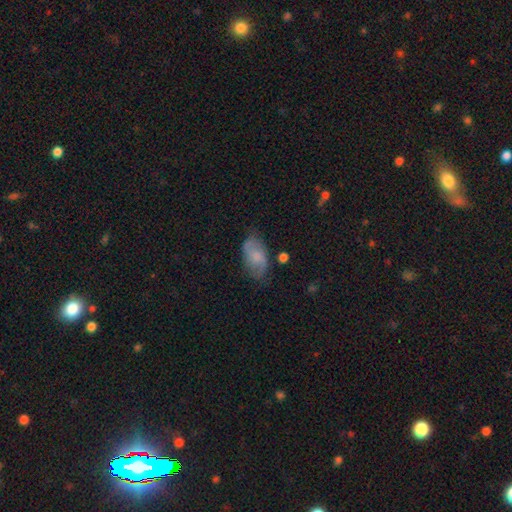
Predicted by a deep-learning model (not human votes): Smooth or featured? Predicted: smooth (p=0.57). How rounded? Predicted: in between (p=0.92). Merging? Predicted: none (p=0.68).